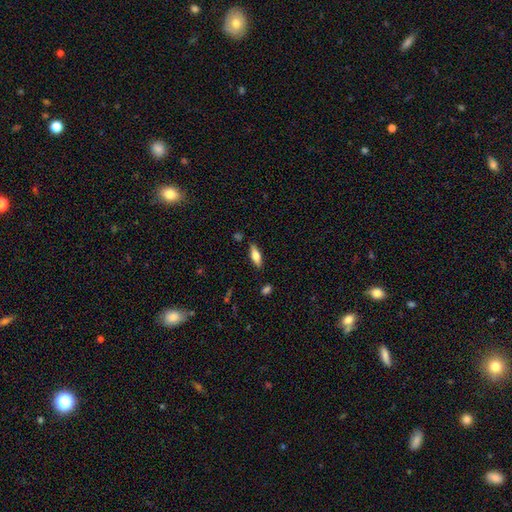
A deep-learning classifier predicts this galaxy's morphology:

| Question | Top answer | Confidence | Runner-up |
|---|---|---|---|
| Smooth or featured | smooth | 64% | featured or disk (30%) |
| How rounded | in between | 62% | cigar-shaped (36%) |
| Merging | none | 85% | minor disturbance (11%) |